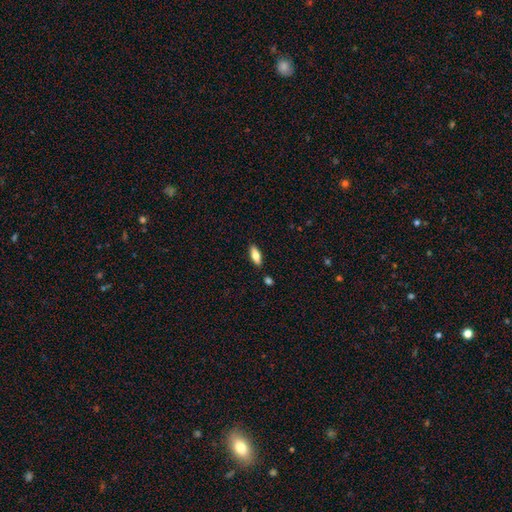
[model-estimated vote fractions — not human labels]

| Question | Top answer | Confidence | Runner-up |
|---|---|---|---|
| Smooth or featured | smooth | 72% | featured or disk (22%) |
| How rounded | in between | 74% | cigar-shaped (24%) |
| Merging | none | 87% | minor disturbance (9%) |